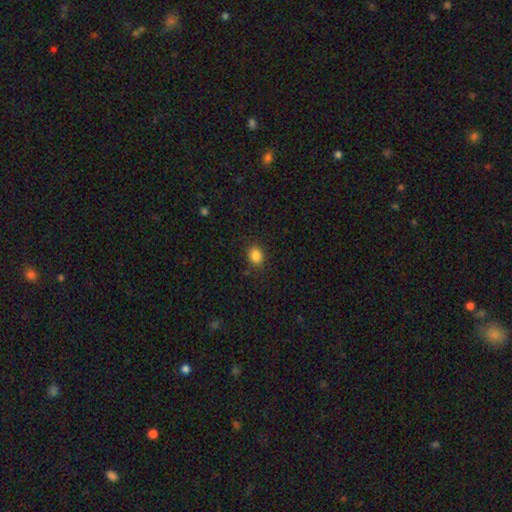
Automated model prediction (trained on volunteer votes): Overall: smooth (85%). How rounded: round (52%; in between 47%). Merging: none (87%).